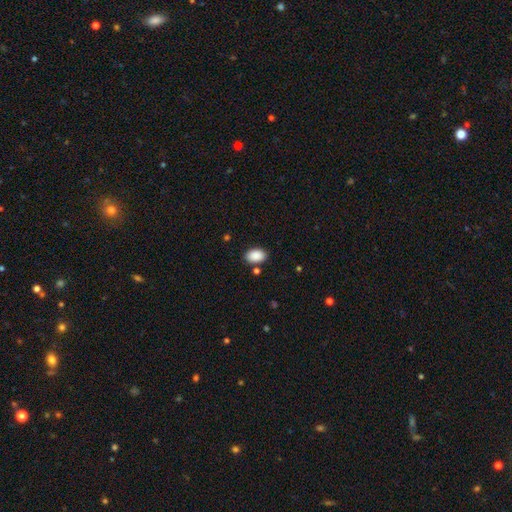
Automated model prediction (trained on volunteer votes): A smooth galaxy with no disk features (90%) that is in between round and cigar-shaped (90%). Merging: none (84%).